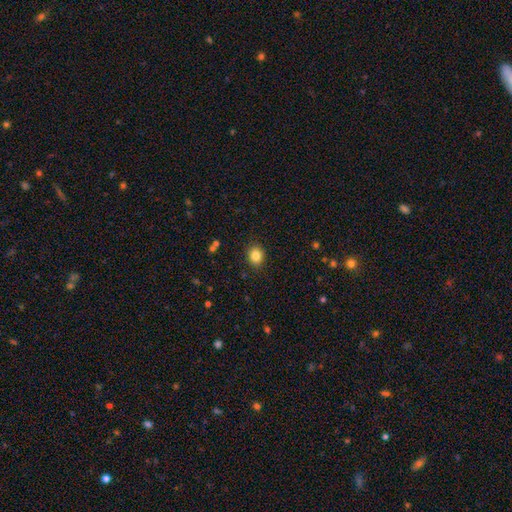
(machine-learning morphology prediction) Smooth or featured?
  - smooth: 84% *
  - star or artifact: 10%
  - featured or disk: 5%
How rounded?
  - round: 58% *
  - in between: 41%
  - cigar-shaped: 1%
Merging?
  - none: 88% *
  - minor disturbance: 8%
  - major disturbance: 2%
  - merger: 1%